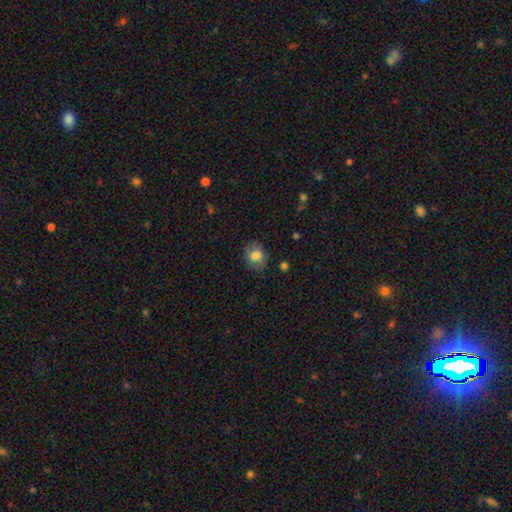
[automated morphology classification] Q: Smooth or featured?
A: smooth (78%); runner-up: featured or disk (12%)
Q: How rounded?
A: round (61%); runner-up: in between (38%)
Q: Merging?
A: none (79%); runner-up: minor disturbance (16%)